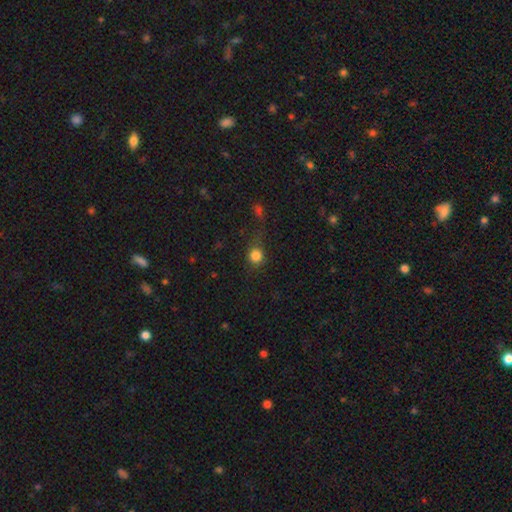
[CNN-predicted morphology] Smooth or featured: smooth — 81% (star or artifact — 13%)
How rounded: round — 84% (in between — 15%)
Merging: none — 55% (minor disturbance — 21%)